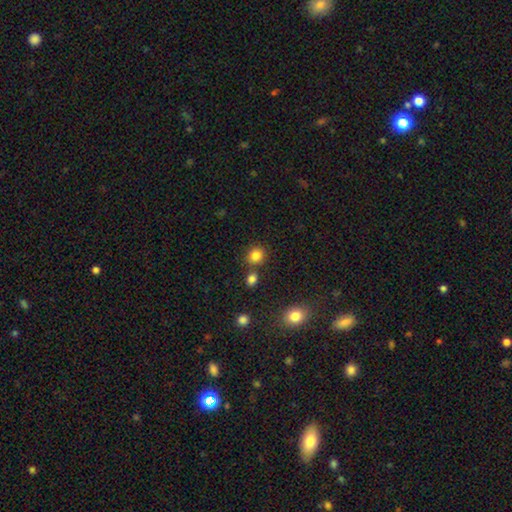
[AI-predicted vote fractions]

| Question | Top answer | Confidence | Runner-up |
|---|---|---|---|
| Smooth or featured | smooth | 83% | star or artifact (12%) |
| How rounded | round | 81% | in between (18%) |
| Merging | none | 76% | merger (13%) |